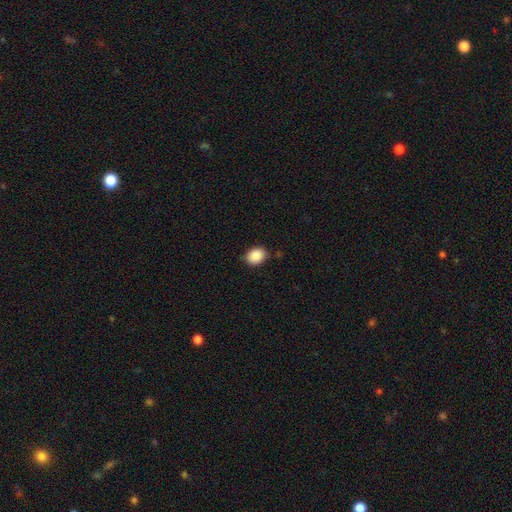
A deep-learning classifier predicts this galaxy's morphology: Smooth or featured? Predicted: smooth (p=0.89). How rounded? Predicted: in between (p=0.65). Merging? Predicted: none (p=0.84).